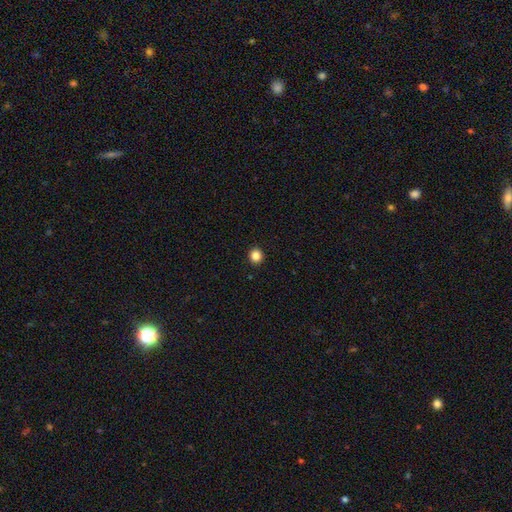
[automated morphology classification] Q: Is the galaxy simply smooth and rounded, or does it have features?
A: smooth — 85%.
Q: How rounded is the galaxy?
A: round — 91%.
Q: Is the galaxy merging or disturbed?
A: none — 93%.